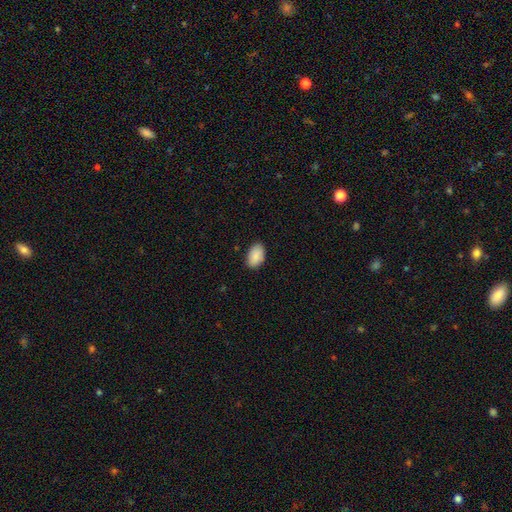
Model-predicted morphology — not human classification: Smooth or featured?
  - smooth: 89% *
  - star or artifact: 7%
  - featured or disk: 4%
How rounded?
  - in between: 92% *
  - round: 7%
  - cigar-shaped: 1%
Merging?
  - none: 85% *
  - minor disturbance: 11%
  - major disturbance: 2%
  - merger: 1%